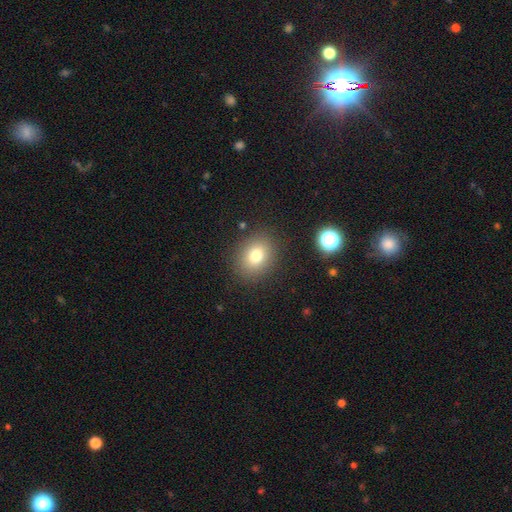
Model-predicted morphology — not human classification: A smooth galaxy with no disk features (77%) that is round (54%). Merging: none (86%).